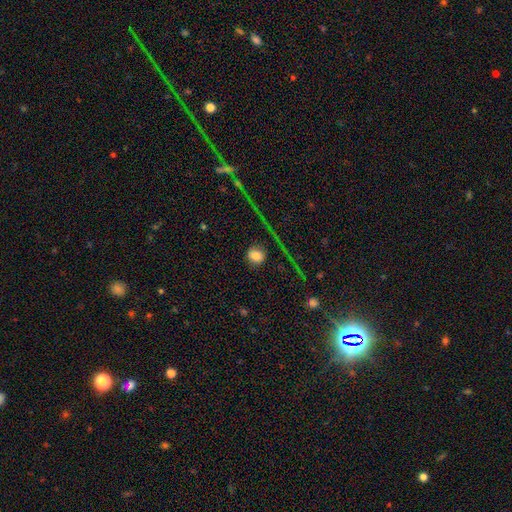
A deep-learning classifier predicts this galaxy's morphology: smooth-or-featured: smooth: 80% | star or artifact: 12% | featured or disk: 8%
  how-rounded: round: 86% | in between: 13% | cigar-shaped: 1%
  merging: none: 85% | minor disturbance: 9% | major disturbance: 4% | merger: 2%